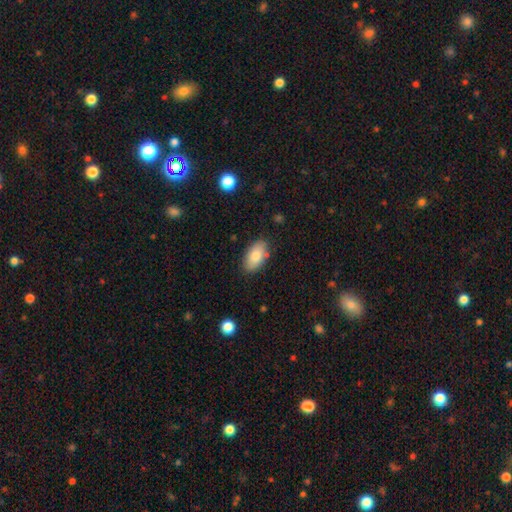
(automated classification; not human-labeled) Smooth or featured?
  - smooth: 78% *
  - featured or disk: 15%
  - star or artifact: 7%
How rounded?
  - in between: 93% *
  - round: 4%
  - cigar-shaped: 2%
Merging?
  - none: 83% *
  - minor disturbance: 12%
  - major disturbance: 3%
  - merger: 2%